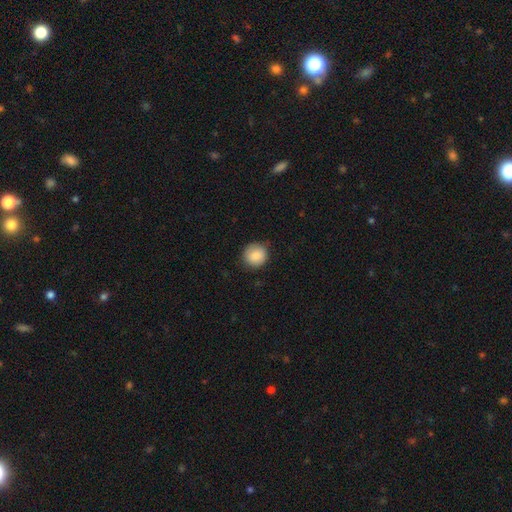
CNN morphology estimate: A smooth galaxy with no disk features (88%) that is round (90%). Merging: none (83%).